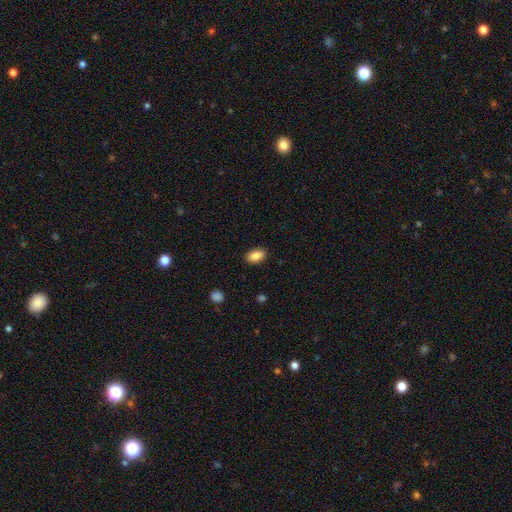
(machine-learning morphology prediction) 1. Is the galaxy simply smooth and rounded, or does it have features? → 85% smooth, 8% star or artifact, 7% featured or disk.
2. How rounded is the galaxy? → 89% in between, 8% round, 2% cigar-shaped.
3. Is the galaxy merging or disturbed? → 89% none, 8% minor disturbance, 2% major disturbance, 1% merger.